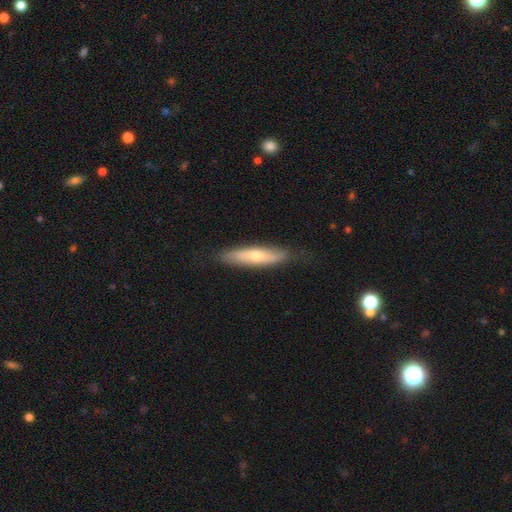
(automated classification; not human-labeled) smooth_or_featured: smooth (p=0.57) [alt: featured or disk p=0.37]
how_rounded: cigar-shaped (p=0.77) [alt: in between p=0.21]
merging: none (p=0.78) [alt: minor disturbance p=0.17]